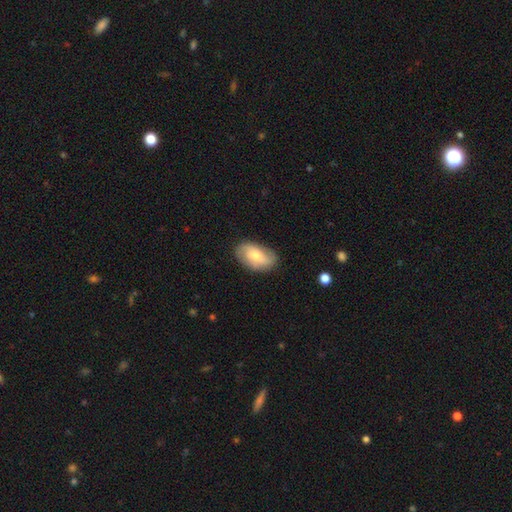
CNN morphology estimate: A smooth galaxy with no disk features (55%) that is in between round and cigar-shaped (92%). Merging: none (79%).